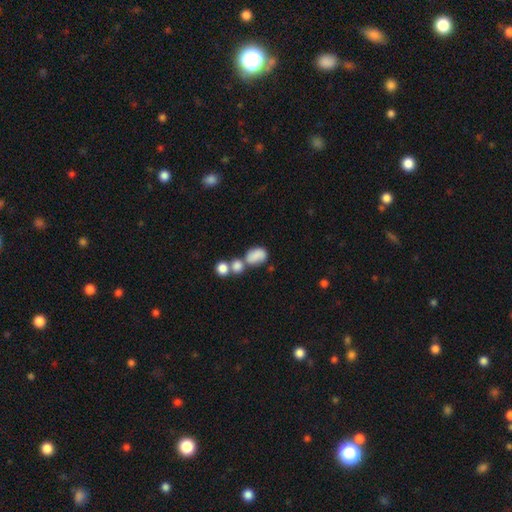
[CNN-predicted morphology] Overall: smooth (79%). How rounded: in between (80%). Merging: merger (49%; none 29%).